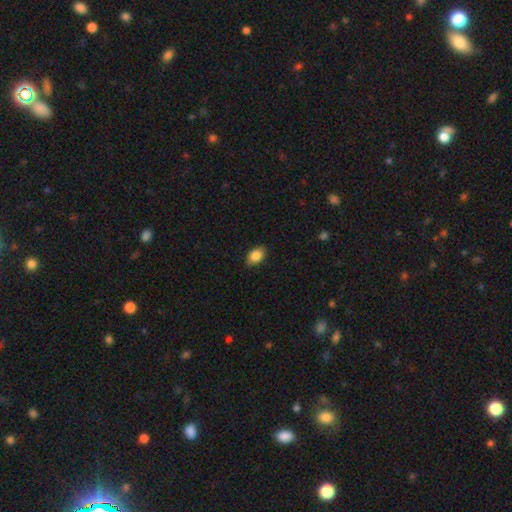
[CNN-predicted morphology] A smooth galaxy with no disk features (86%) that is in between round and cigar-shaped (87%). Merging: none (86%).